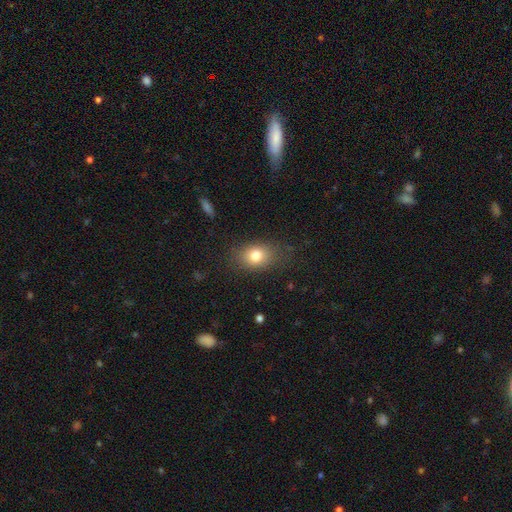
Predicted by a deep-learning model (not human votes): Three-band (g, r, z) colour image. It shows a smooth galaxy with no disk features (80%) that is in between round and cigar-shaped (66%). Merging: none (78%).